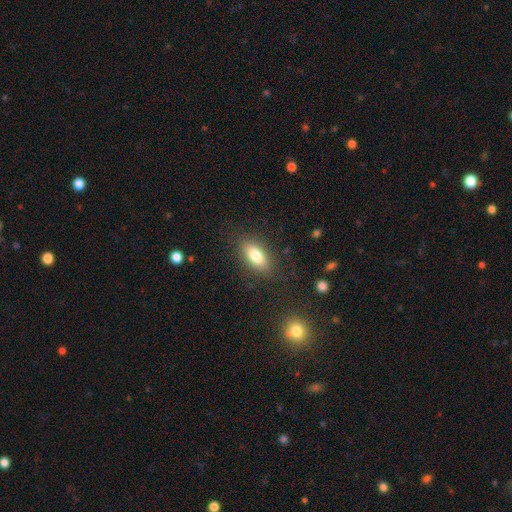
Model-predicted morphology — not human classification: Smooth or featured: smooth — 79% (featured or disk — 13%)
How rounded: in between — 85% (cigar-shaped — 11%)
Merging: none — 84% (minor disturbance — 11%)